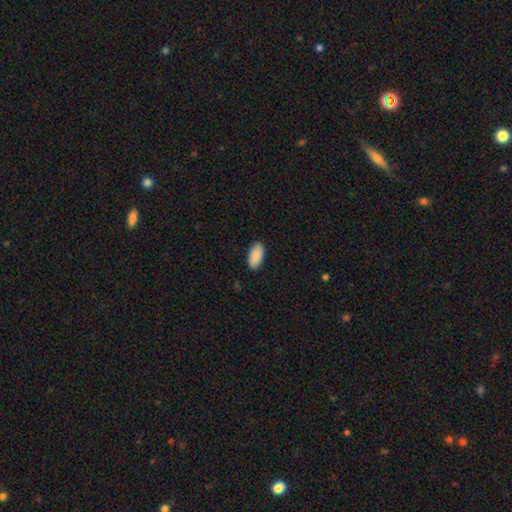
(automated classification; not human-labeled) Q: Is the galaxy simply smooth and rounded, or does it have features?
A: smooth — 90%.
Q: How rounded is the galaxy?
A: in between — 94%.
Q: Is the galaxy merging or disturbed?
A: none — 89%.